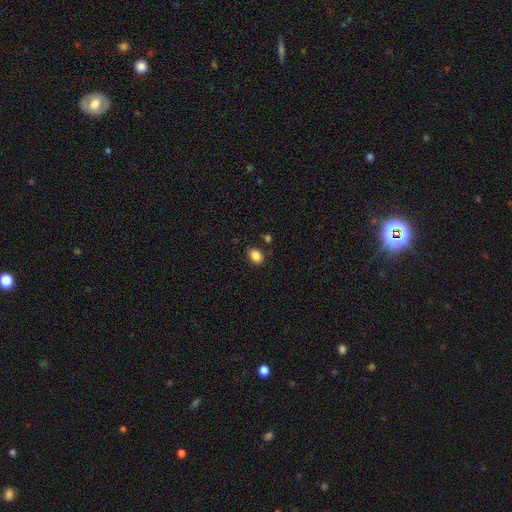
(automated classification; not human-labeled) Smooth or featured? smooth (87%)
How rounded? in between (57%)
Merging? none (84%)